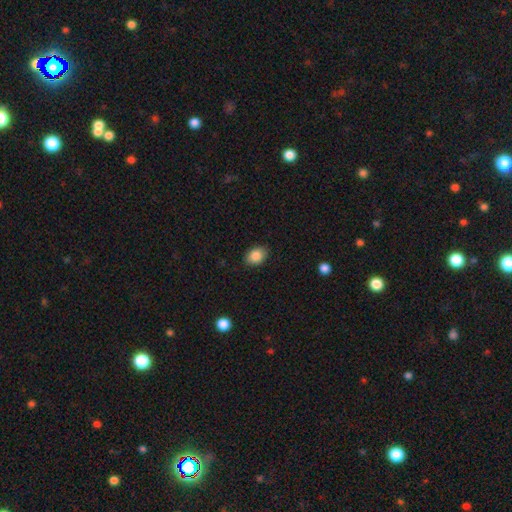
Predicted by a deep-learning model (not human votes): This is clearly a smooth galaxy (86%). How rounded: likely in between (71%). Merging: clearly none (87%).